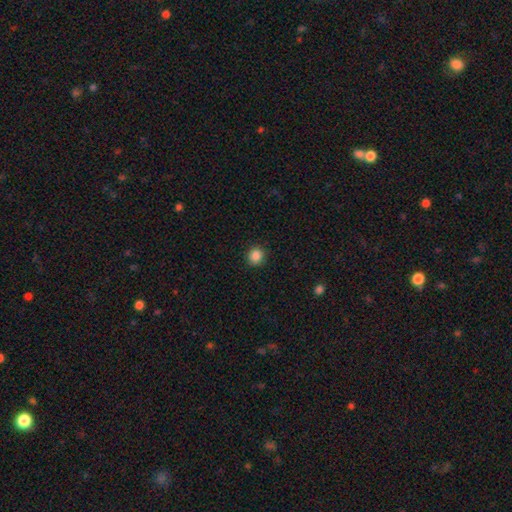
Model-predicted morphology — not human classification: smooth 87%, star or artifact 10%, featured or disk 3%. Down the decision tree: how rounded — round (93%); merging — none (92%).